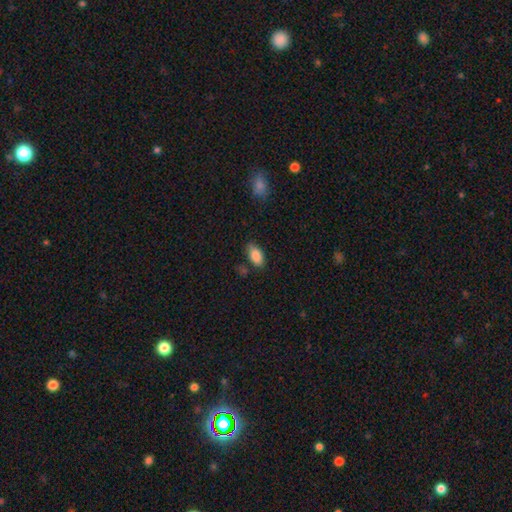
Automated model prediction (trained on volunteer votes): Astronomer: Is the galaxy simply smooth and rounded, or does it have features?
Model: smooth — 86%.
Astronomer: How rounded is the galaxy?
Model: in between — 91%.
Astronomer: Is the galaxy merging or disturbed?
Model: none — 74%.